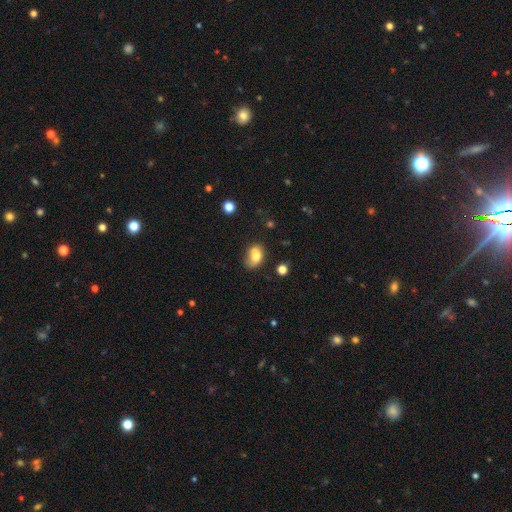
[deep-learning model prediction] Q: Smooth or featured?
A: smooth (68%); runner-up: featured or disk (21%)
Q: How rounded?
A: in between (77%); runner-up: round (21%)
Q: Merging?
A: none (39%); runner-up: merger (27%)